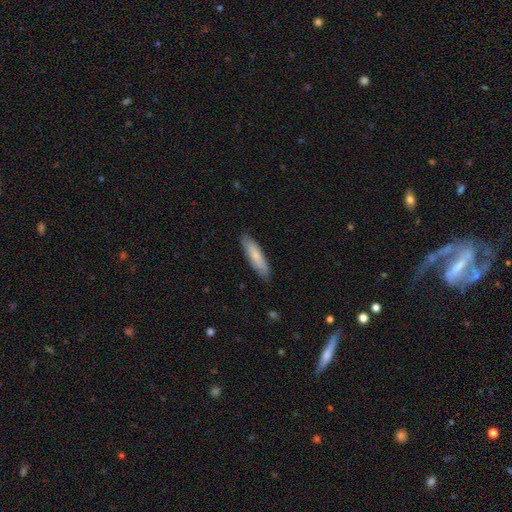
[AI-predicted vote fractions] The model was most divided on "how rounded": cigar-shaped: 73%, in between: 26%, round: 1%. More confident: merging — none (86%); smooth or featured — smooth (75%).